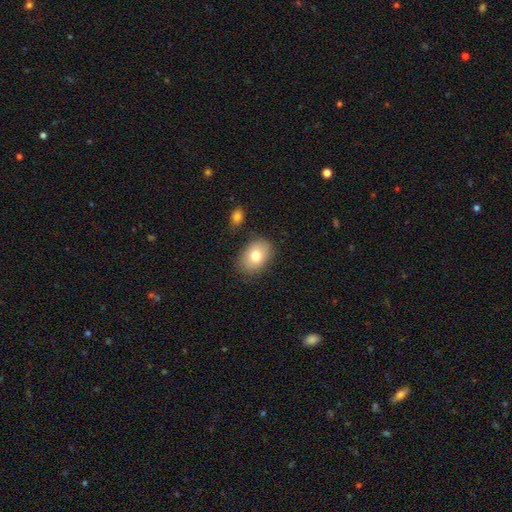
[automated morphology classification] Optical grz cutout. It shows a smooth galaxy with no disk features (78%) that is in between round and cigar-shaped (80%). Merging: none (81%).